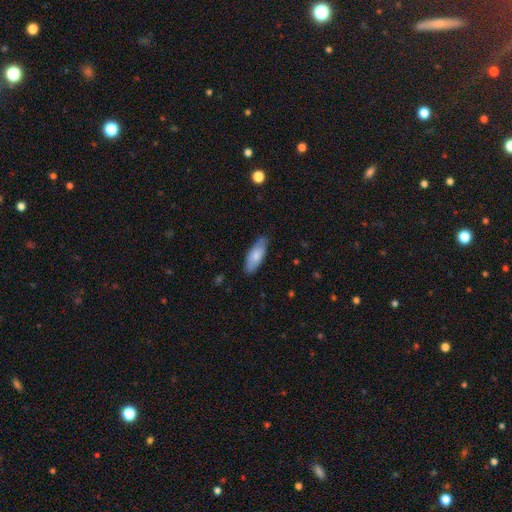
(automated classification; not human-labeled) smooth_or_featured: smooth (p=0.77) [alt: featured or disk p=0.17]
how_rounded: in between (p=0.73) [alt: cigar-shaped p=0.25]
merging: none (p=0.78) [alt: minor disturbance p=0.18]